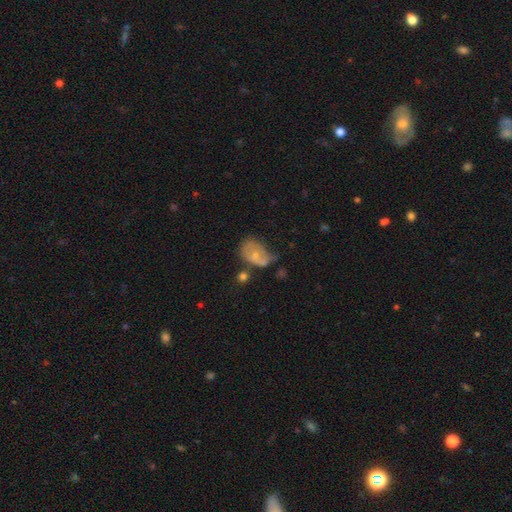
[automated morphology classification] This is possibly a smooth galaxy (51%). How rounded: likely in between (78%). Merging: marginally minor disturbance (34%).